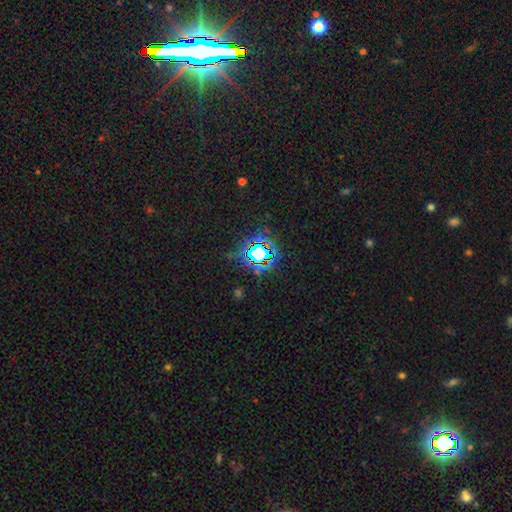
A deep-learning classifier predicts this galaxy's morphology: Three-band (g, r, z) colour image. It shows a star or artifact, not a galaxy (73%).